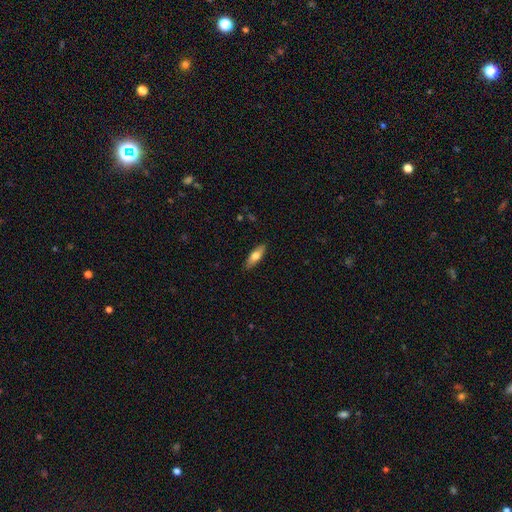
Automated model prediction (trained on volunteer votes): Q: Smooth or featured?
A: smooth (71%); runner-up: featured or disk (23%)
Q: How rounded?
A: in between (58%); runner-up: cigar-shaped (40%)
Q: Merging?
A: none (88%); runner-up: minor disturbance (9%)